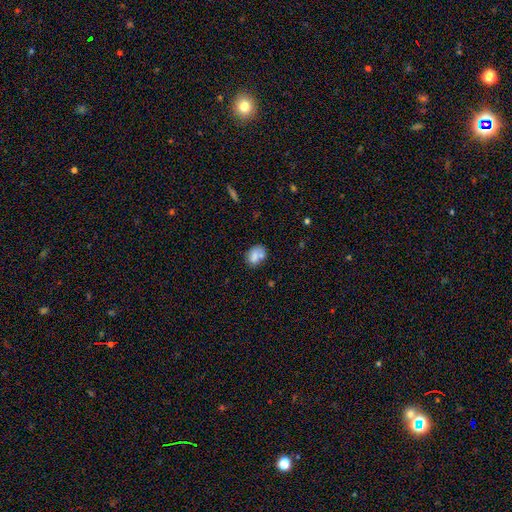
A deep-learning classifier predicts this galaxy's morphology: A smooth galaxy with no disk features (74%) that is in between round and cigar-shaped (67%).

Vote fractions:
- Smooth or featured? smooth: 74% / featured or disk: 17% / star or artifact: 10%
- How rounded? in between: 67% / round: 31% / cigar-shaped: 1%
- Merging? none: 49% / merger: 26% / minor disturbance: 18% / major disturbance: 6%